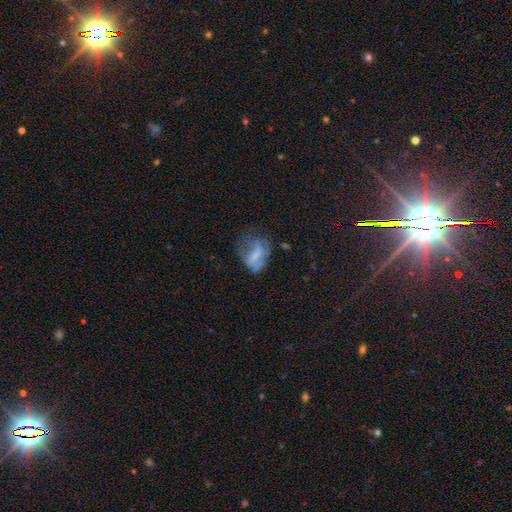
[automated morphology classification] A smooth galaxy with no disk features (46%). Merging: none (35%, tied with major disturbance).